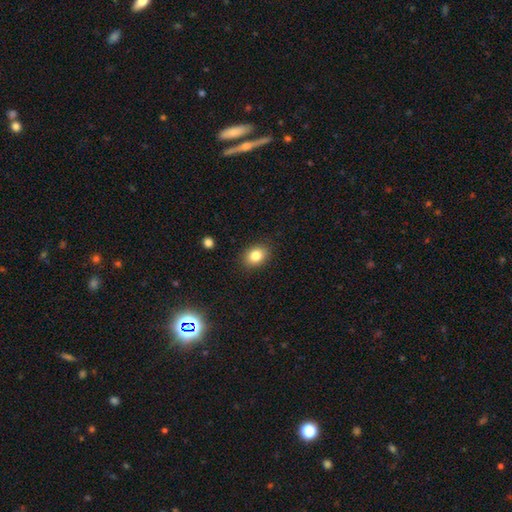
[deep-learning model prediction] Smooth or featured?
  - smooth: 82% *
  - star or artifact: 10%
  - featured or disk: 8%
How rounded?
  - in between: 63% *
  - round: 36%
  - cigar-shaped: 1%
Merging?
  - none: 88% *
  - minor disturbance: 9%
  - major disturbance: 2%
  - merger: 1%